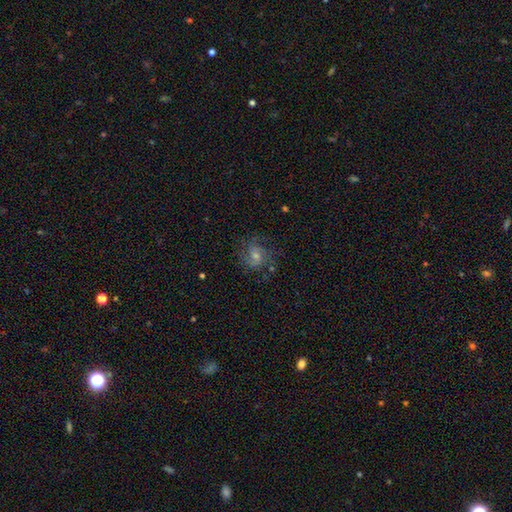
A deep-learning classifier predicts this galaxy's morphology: smooth-or-featured: featured or disk: 64% | smooth: 20% | star or artifact: 17%
  disk-edge-on: no: 97% | yes: 3%
    bar: no: 47% | weak: 43% | strong: 9%
    has-spiral-arms: yes: 91% | no: 9%
      spiral-winding: medium: 49% | tight: 34% | loose: 18%
      spiral-arm-count: 2: 49% | can't tell: 24% | 3: 14% | 1: 5% | 4: 4% | more than 4: 4%
    bulge-size: moderate: 46% | small: 42% | large: 5% | none: 5% | dominant: 1%
  merging: none: 74% | minor disturbance: 15% | major disturbance: 9% | merger: 2%